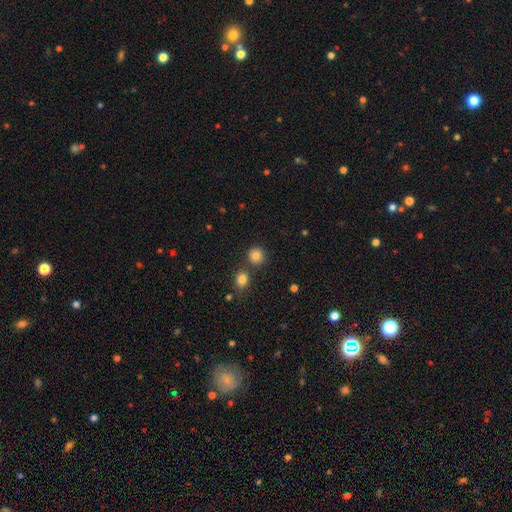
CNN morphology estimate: Smooth or featured? Predicted: smooth (p=0.82). How rounded? Predicted: round (p=0.90). Merging? Predicted: none (p=0.78).